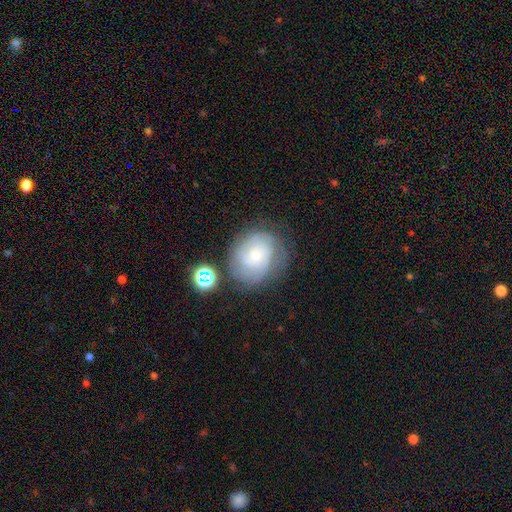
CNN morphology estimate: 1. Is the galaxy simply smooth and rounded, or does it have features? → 60% featured or disk, 30% smooth, 10% star or artifact.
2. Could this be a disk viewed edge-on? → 97% no, 3% yes.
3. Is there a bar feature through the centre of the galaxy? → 74% no, 23% weak, 3% strong.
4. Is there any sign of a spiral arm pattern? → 86% yes, 14% no.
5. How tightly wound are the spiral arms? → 60% tight, 30% medium, 9% loose.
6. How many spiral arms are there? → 46% can't tell, 24% 2, 15% 3, 6% 4, 5% 1, 4% more than 4.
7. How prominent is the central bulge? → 64% small, 27% moderate, 4% none, 4% large, 2% dominant.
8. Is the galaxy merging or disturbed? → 62% none, 21% minor disturbance, 11% major disturbance, 6% merger.